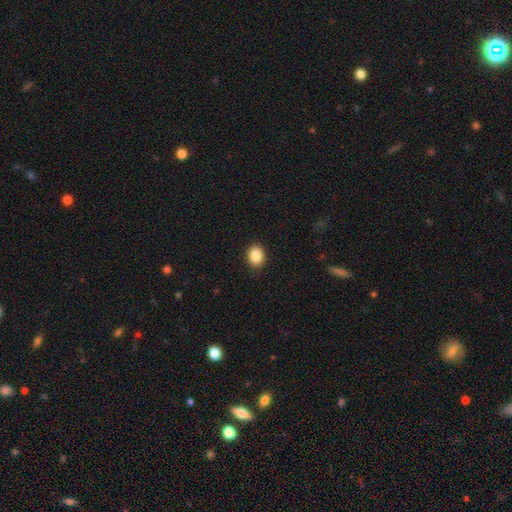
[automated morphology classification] Q: Smooth or featured?
A: smooth (88%); runner-up: star or artifact (8%)
Q: How rounded?
A: in between (60%); runner-up: round (39%)
Q: Merging?
A: none (90%); runner-up: minor disturbance (7%)